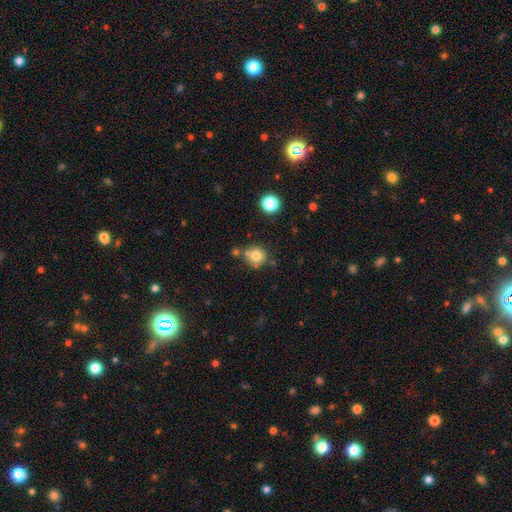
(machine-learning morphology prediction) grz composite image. It shows a smooth galaxy with no disk features (77%) that is round (85%). Merging: none (68%).